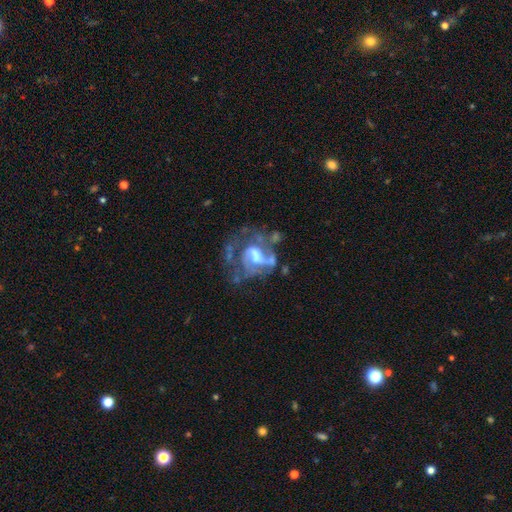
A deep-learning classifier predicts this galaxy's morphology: Smooth or featured: featured or disk — 78% (smooth — 13%)
Edge-on disk: no — 98% (yes — 2%)
Bar: weak — 45% (no — 37%)
Spiral arms: yes — 73% (no — 27%)
Spiral winding: medium — 45% (loose — 31%)
Spiral arm count: 2 — 45% (can't tell — 25%)
Bulge size: moderate — 48% (large — 20%)
Merging: major disturbance — 36% (none — 33%)